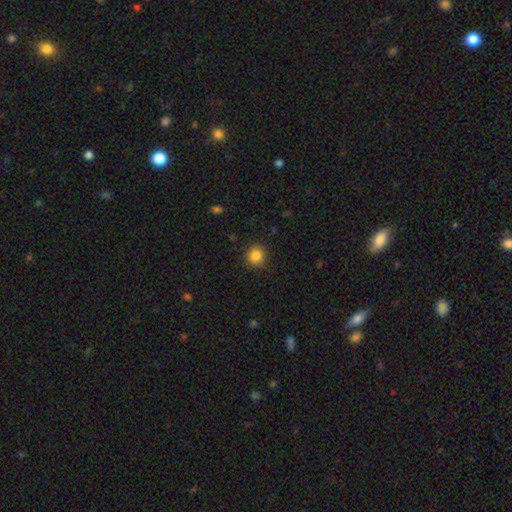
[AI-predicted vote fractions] Smooth or featured: smooth — 86% (star or artifact — 11%)
How rounded: round — 91% (in between — 8%)
Merging: none — 91% (minor disturbance — 6%)